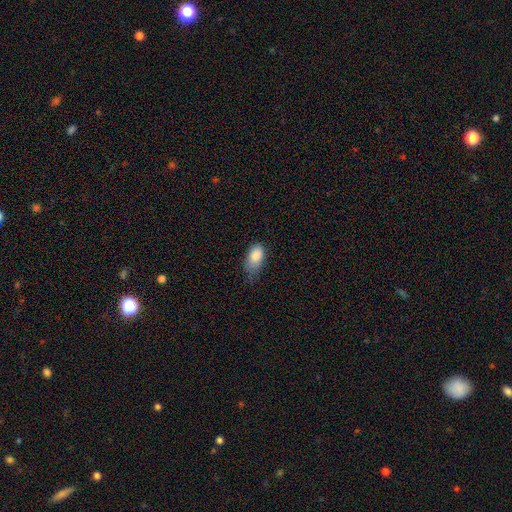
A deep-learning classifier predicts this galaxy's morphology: Smooth or featured? Predicted: smooth (p=0.84). How rounded? Predicted: in between (p=0.92). Merging? Predicted: minor disturbance (p=0.44).